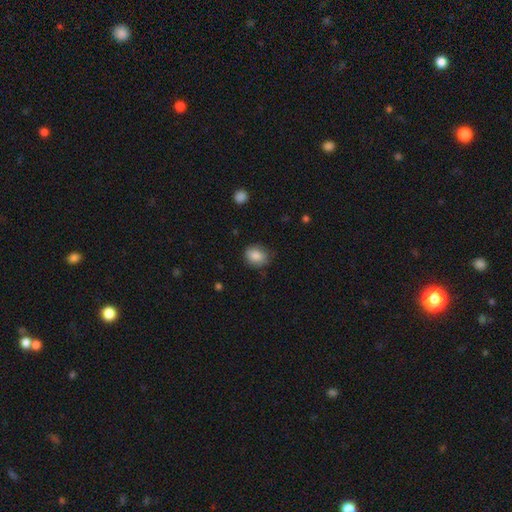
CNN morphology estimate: A smooth galaxy with no disk features (85%) that is in between round and cigar-shaped (51%). Merging: none (74%).